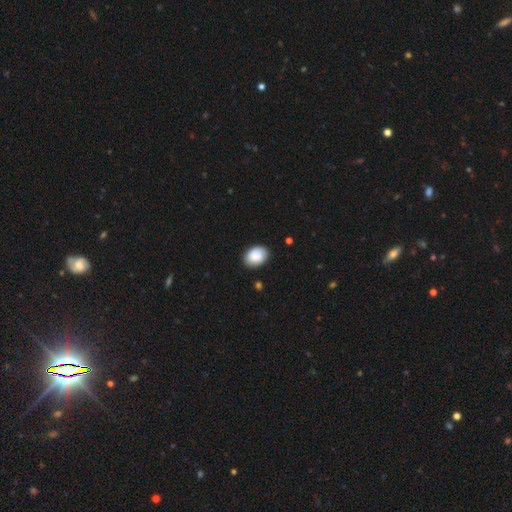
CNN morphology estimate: smooth_or_featured: smooth (p=0.87) [alt: star or artifact p=0.07]
how_rounded: in between (p=0.74) [alt: round p=0.25]
merging: none (p=0.86) [alt: minor disturbance p=0.11]